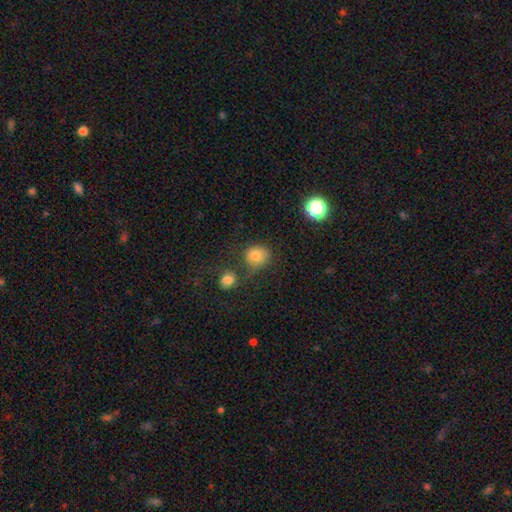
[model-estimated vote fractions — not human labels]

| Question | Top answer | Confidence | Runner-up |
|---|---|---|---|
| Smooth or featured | smooth | 79% | star or artifact (12%) |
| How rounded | round | 76% | in between (23%) |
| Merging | none | 55% | merger (19%) |